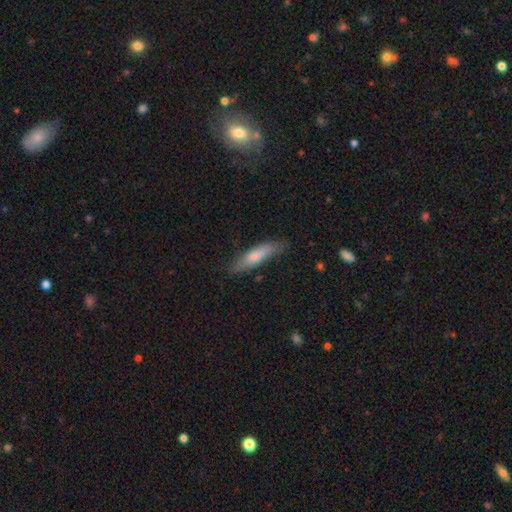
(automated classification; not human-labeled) A smooth galaxy with no disk features (72%) that is cigar-shaped (76%).

Vote fractions:
- Smooth or featured? smooth: 72% / featured or disk: 22% / star or artifact: 6%
- How rounded? cigar-shaped: 76% / in between: 22% / round: 2%
- Merging? none: 76% / minor disturbance: 18% / major disturbance: 4% / merger: 2%